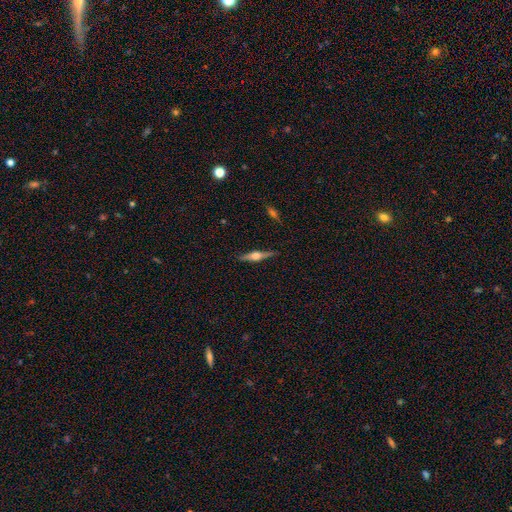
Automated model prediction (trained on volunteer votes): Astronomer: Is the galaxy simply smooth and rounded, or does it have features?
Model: featured or disk — 74%.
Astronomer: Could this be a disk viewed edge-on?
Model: yes — 98%.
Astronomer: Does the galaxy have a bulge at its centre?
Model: rounded — 93%.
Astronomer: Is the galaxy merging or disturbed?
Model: none — 89%.